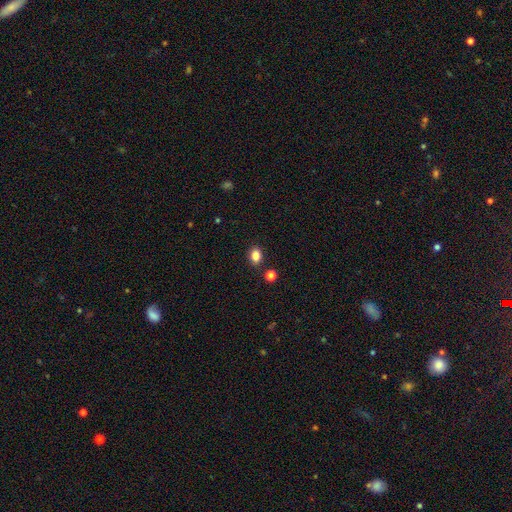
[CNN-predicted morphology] The model was most divided on "how rounded": in between: 69%, round: 30%, cigar-shaped: 1%. More confident: merging — none (85%); smooth or featured — smooth (84%).